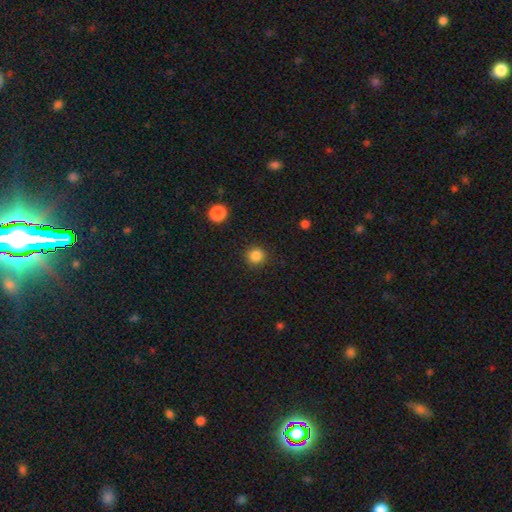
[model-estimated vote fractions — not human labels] The model was most divided on "smooth or featured": smooth: 85%, star or artifact: 11%, featured or disk: 3%. More confident: how rounded — round (93%); merging — none (90%).